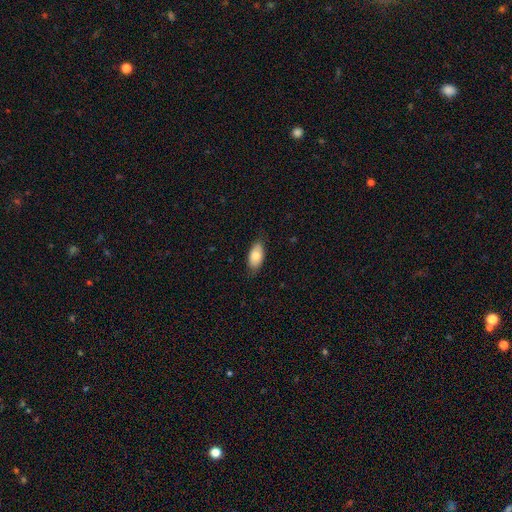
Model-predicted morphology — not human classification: Smooth or featured: smooth — 79% (featured or disk — 14%)
How rounded: in between — 93% (cigar-shaped — 4%)
Merging: none — 81% (minor disturbance — 15%)